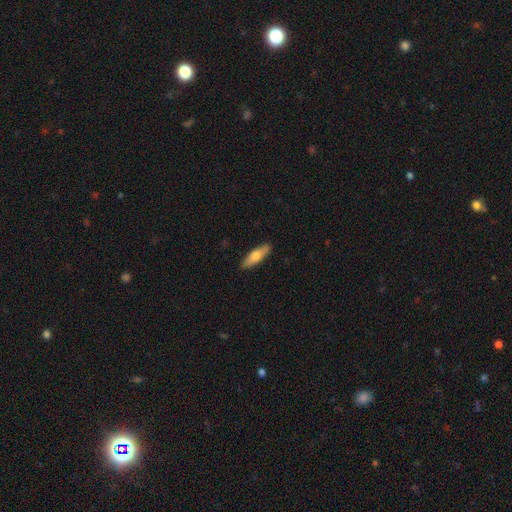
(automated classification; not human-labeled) smooth_or_featured: smooth (p=0.68) [alt: featured or disk p=0.27]
how_rounded: cigar-shaped (p=0.59) [alt: in between p=0.39]
merging: none (p=0.88) [alt: minor disturbance p=0.09]